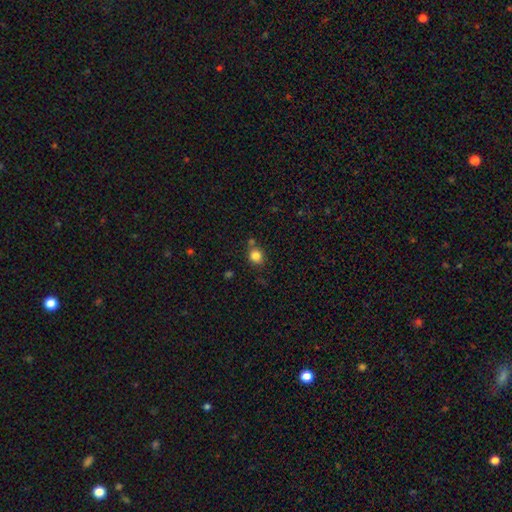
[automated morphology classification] Q: Smooth or featured?
A: smooth (84%); runner-up: star or artifact (11%)
Q: How rounded?
A: round (79%); runner-up: in between (20%)
Q: Merging?
A: none (72%); runner-up: minor disturbance (13%)